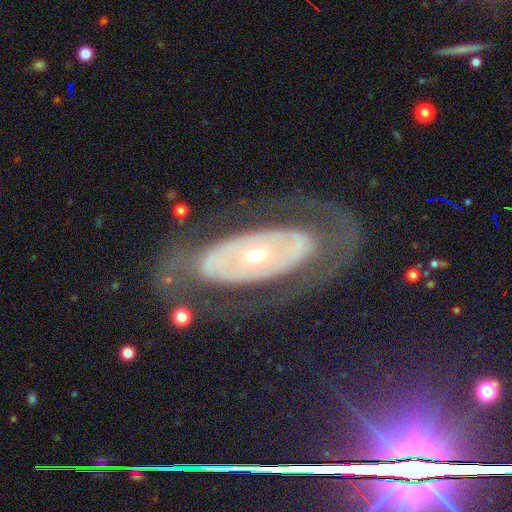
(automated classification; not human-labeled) smooth_or_featured: featured or disk (p=0.75) [alt: smooth p=0.18]
disk_edge_on: no (p=0.90) [alt: yes p=0.10]
bar: no (p=0.80) [alt: weak p=0.12]
has_spiral_arms: no (p=0.60) [alt: yes p=0.40]
bulge_size: moderate (p=0.55) [alt: small p=0.38]
merging: none (p=0.70) [alt: major disturbance p=0.14]